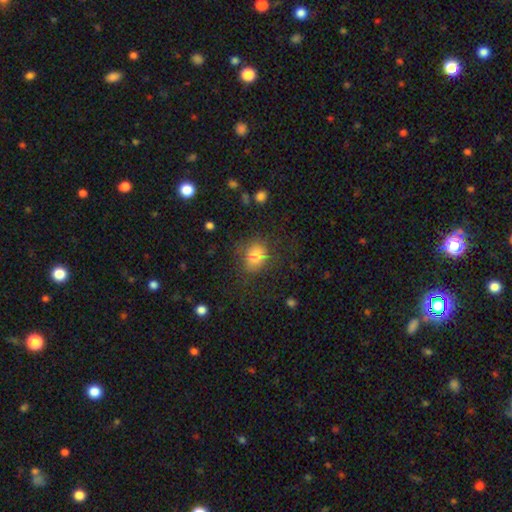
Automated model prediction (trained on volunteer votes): smooth 76%, star or artifact 12%, featured or disk 12%. Down the decision tree: how rounded — in between (52%); merging — none (61%).